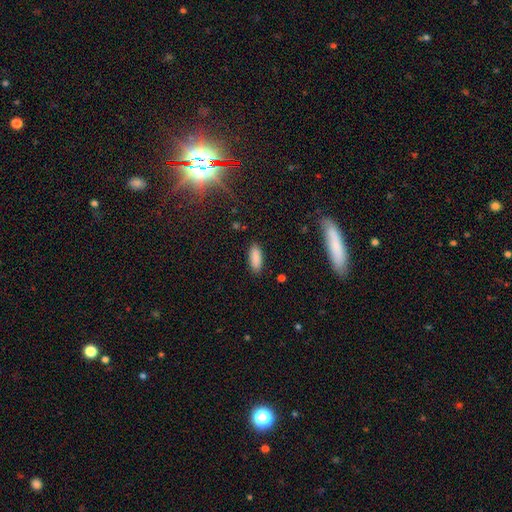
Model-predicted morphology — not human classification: smooth_or_featured: smooth (p=0.88) [alt: star or artifact p=0.08]
how_rounded: in between (p=0.78) [alt: cigar-shaped p=0.21]
merging: none (p=0.87) [alt: minor disturbance p=0.09]